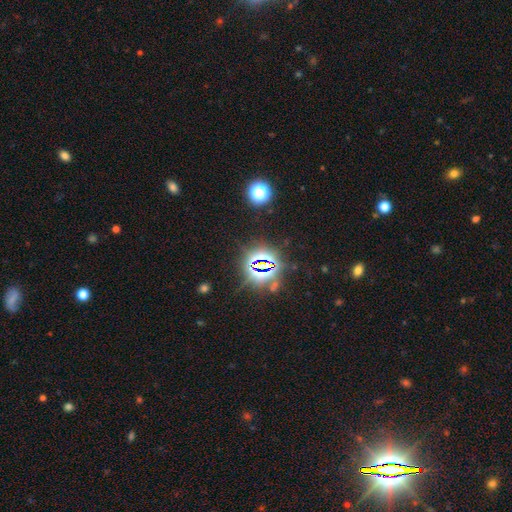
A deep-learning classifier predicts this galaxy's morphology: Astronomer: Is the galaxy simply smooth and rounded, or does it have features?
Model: star or artifact — 79%.